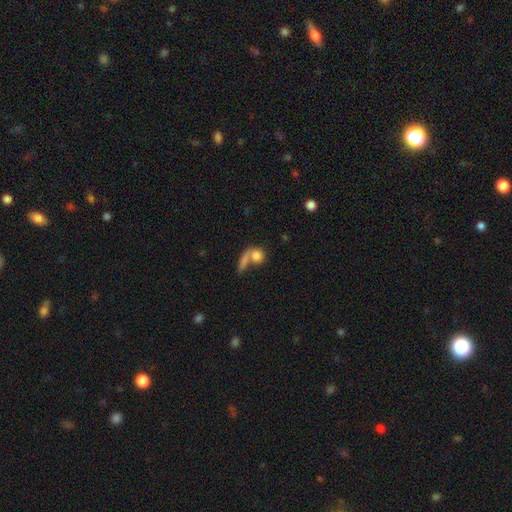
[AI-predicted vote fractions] smooth_or_featured: smooth (p=0.64) [alt: featured or disk p=0.22]
how_rounded: round (p=0.61) [alt: in between p=0.31]
merging: merger (p=0.42) [alt: none p=0.35]